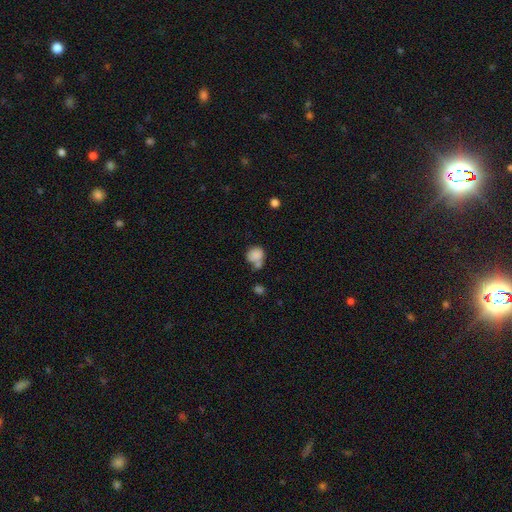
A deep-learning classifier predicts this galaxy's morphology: type=smooth (83%); roundness=round (71%); merging=none (40%).